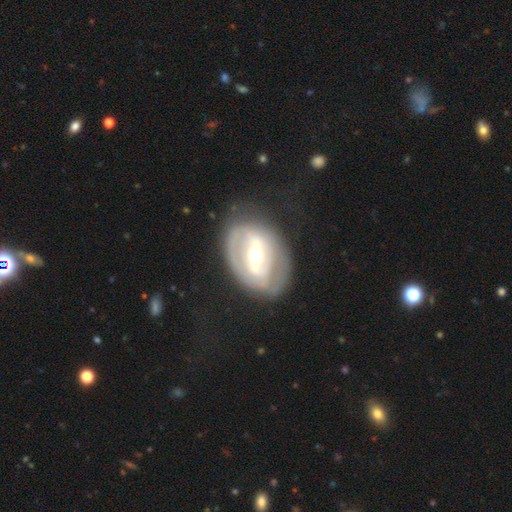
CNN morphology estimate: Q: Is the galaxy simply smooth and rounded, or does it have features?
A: featured or disk — 78%.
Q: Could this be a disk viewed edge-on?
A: no — 95%.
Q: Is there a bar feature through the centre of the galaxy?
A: strong — 51%.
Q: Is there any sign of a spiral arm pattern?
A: yes — 60%.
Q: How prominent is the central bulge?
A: moderate — 70%.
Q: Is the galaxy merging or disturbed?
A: none — 69%.